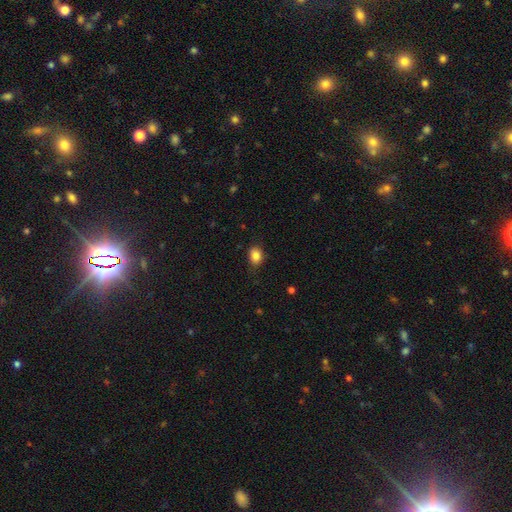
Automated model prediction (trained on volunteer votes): The model was most divided on "how rounded": in between: 62%, round: 37%, cigar-shaped: 1%. More confident: smooth or featured — smooth (85%); merging — none (80%).